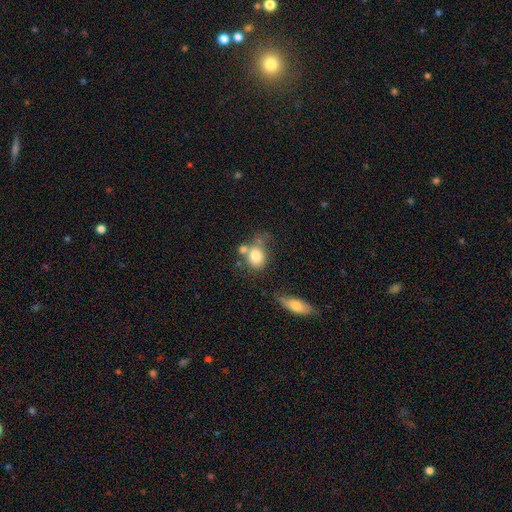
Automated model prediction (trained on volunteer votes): This appears to be a smooth galaxy with no disk features (78%) that is round (52%). Merging: none (44%).